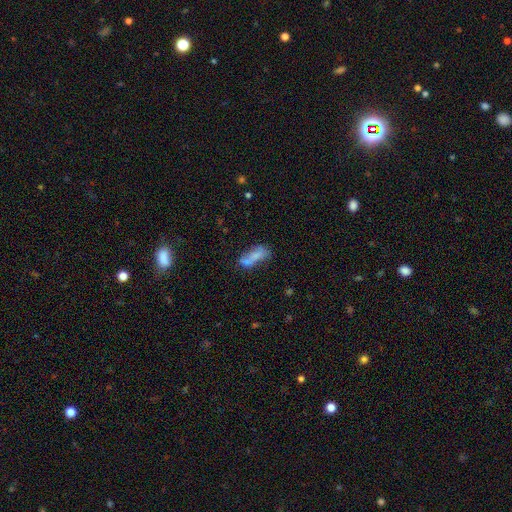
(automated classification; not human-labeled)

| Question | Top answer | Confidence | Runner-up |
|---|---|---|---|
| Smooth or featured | smooth | 63% | featured or disk (27%) |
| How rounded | in between | 72% | cigar-shaped (24%) |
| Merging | none | 33% | tied: merger (33%) |